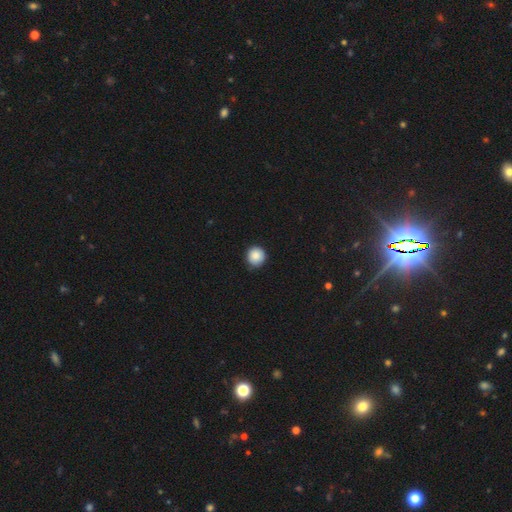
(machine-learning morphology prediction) smooth_or_featured: smooth (p=0.87) [alt: star or artifact p=0.09]
how_rounded: round (p=0.95) [alt: in between p=0.04]
merging: none (p=0.86) [alt: minor disturbance p=0.11]